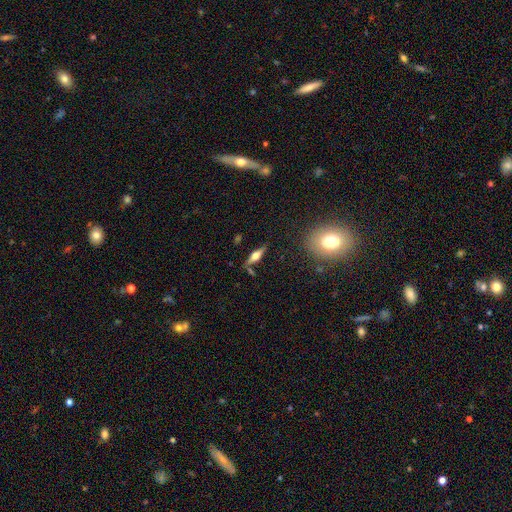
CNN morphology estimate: smooth_or_featured: featured or disk (p=0.64) [alt: smooth p=0.29]
disk_edge_on: yes (p=0.94) [alt: no p=0.06]
edge_on_bulge: rounded (p=0.91) [alt: boxy p=0.07]
merging: none (p=0.80) [alt: minor disturbance p=0.12]